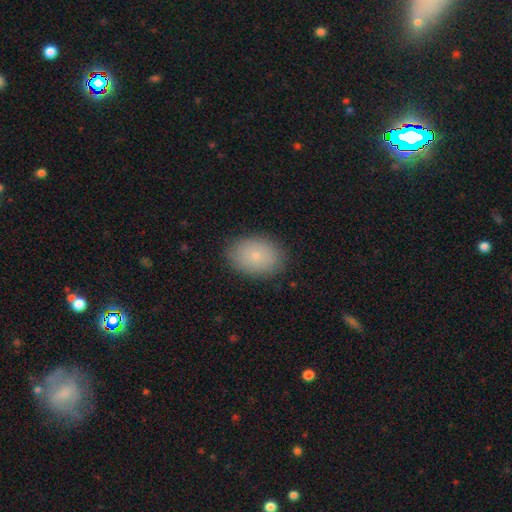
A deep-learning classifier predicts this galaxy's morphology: Overall: smooth (81%). How rounded: in between (78%). Merging: none (86%).